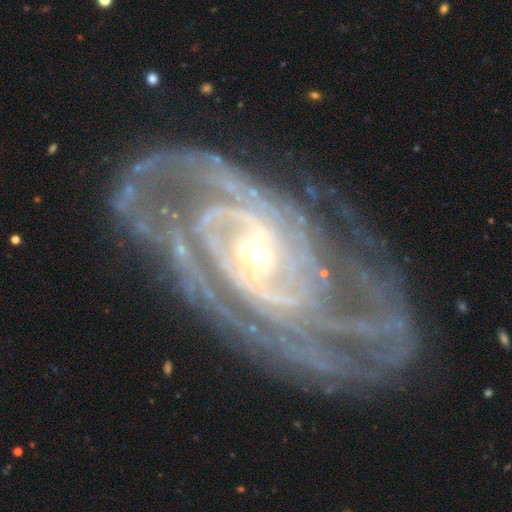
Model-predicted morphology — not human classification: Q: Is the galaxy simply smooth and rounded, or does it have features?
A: featured or disk — 91%.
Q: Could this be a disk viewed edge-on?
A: no — 96%.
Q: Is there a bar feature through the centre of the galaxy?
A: no — 47%.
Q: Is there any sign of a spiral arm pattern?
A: yes — 98%.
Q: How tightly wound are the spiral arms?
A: tight — 64%.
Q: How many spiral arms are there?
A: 2 — 28%.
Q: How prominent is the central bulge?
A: small — 57%.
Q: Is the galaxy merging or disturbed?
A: none — 74%.